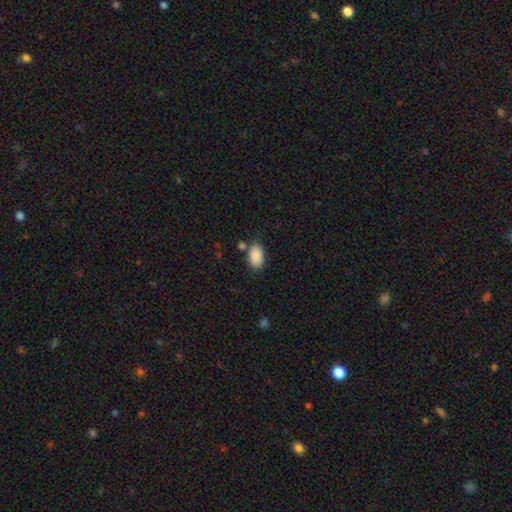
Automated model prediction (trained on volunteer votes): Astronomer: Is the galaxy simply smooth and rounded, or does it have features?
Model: smooth — 89%.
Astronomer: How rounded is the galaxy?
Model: in between — 93%.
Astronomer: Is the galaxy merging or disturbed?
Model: none — 74%.